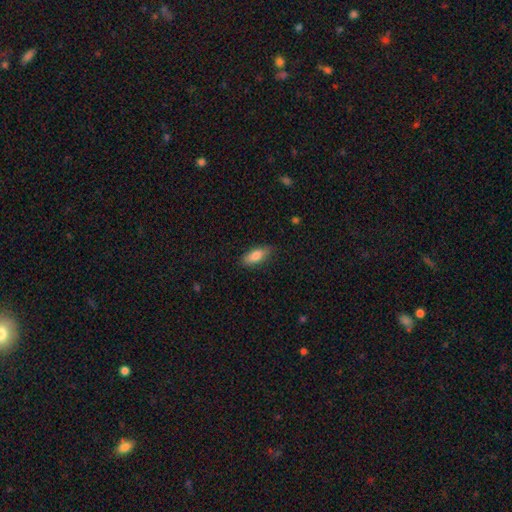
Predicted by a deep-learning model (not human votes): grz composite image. It shows a smooth galaxy with no disk features (82%) that is in between round and cigar-shaped (78%). Merging: none (82%).